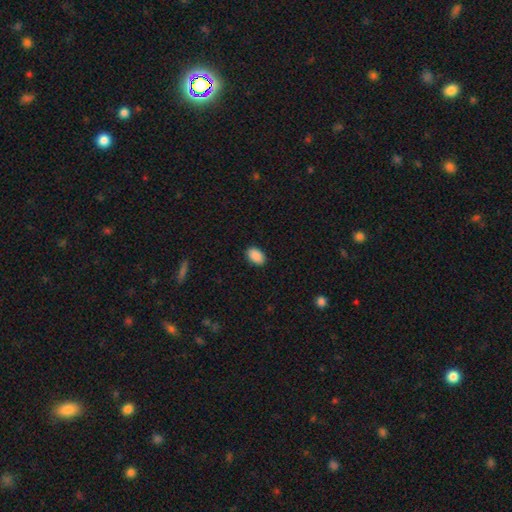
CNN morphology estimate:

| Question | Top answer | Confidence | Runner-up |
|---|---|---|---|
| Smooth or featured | smooth | 90% | star or artifact (7%) |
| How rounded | in between | 91% | round (8%) |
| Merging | none | 89% | minor disturbance (8%) |